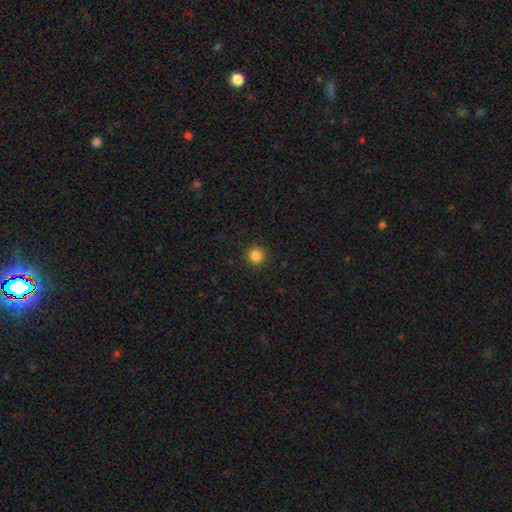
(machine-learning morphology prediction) This appears to be a smooth galaxy with no disk features (85%) that is round (95%). Merging: none (92%).